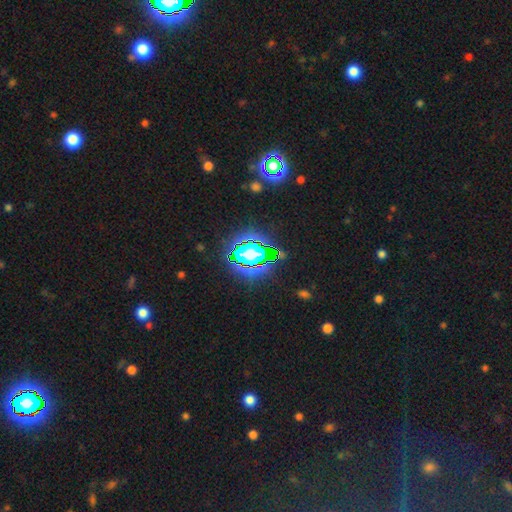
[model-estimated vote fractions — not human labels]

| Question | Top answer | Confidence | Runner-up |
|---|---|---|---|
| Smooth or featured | star or artifact | 80% | smooth (12%) |